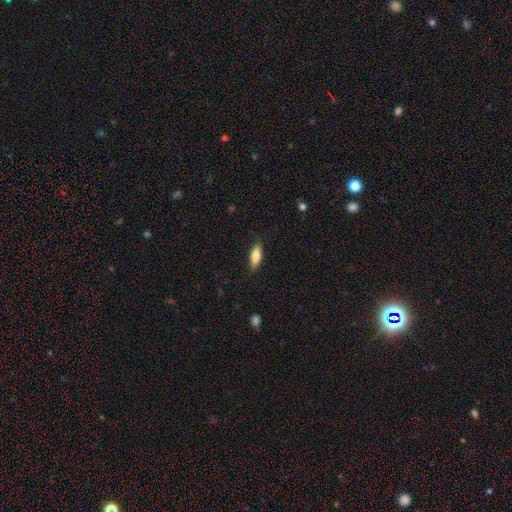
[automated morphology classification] A smooth galaxy with no disk features (84%) that is in between round and cigar-shaped (67%).

Vote fractions:
- Smooth or featured? smooth: 84% / featured or disk: 10% / star or artifact: 6%
- How rounded? in between: 67% / cigar-shaped: 31% / round: 2%
- Merging? none: 86% / minor disturbance: 10% / major disturbance: 2% / merger: 1%